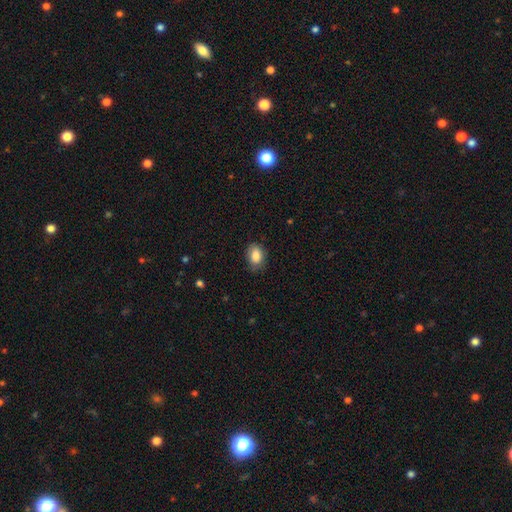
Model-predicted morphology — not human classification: This is clearly a smooth galaxy (85%). How rounded: clearly in between (80%). Merging: likely none (77%).